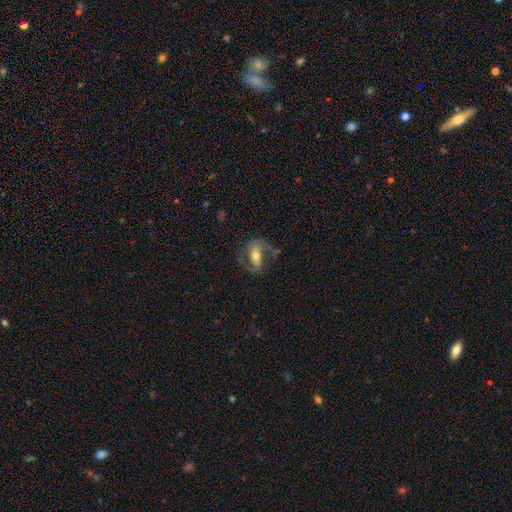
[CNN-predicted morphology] Overall: featured or disk (79%). Edge-on disk: no (96%). Bar: strong (41%; weak 34%). Spiral arms: yes (90%). Spiral arm count: 2 (88%). Spiral winding: medium (53%; loose 29%). Bulge size: moderate (61%; small 28%). Merging: none (65%).